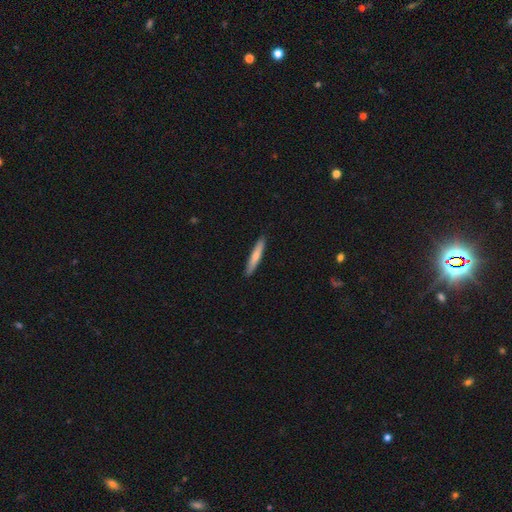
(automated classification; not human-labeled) A smooth galaxy with no disk features (72%) that is cigar-shaped (93%).

Vote fractions:
- Smooth or featured? smooth: 72% / featured or disk: 23% / star or artifact: 5%
- How rounded? cigar-shaped: 93% / in between: 6% / round: 1%
- Merging? none: 90% / minor disturbance: 7% / major disturbance: 1% / merger: 1%